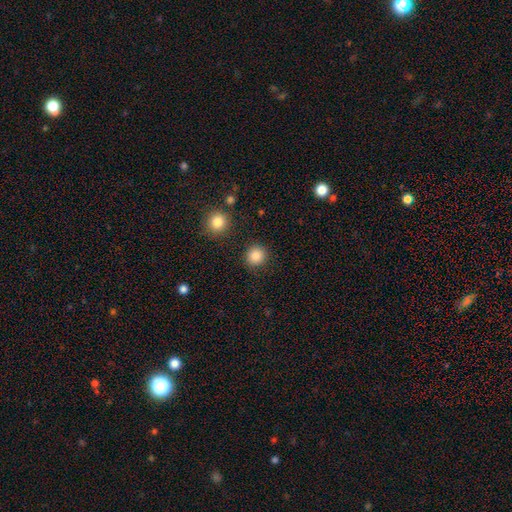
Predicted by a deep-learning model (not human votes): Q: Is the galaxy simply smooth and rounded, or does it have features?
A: smooth — 86%.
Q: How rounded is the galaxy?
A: round — 91%.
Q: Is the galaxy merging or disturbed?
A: none — 89%.